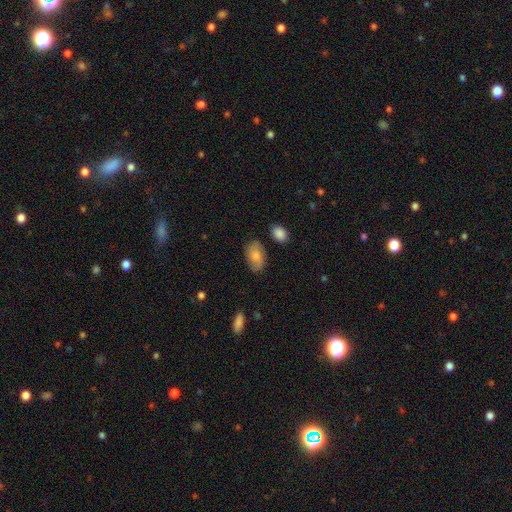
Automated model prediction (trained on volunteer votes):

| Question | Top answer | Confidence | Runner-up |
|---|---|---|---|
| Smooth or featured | smooth | 76% | featured or disk (17%) |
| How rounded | in between | 91% | round (7%) |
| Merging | none | 76% | minor disturbance (18%) |